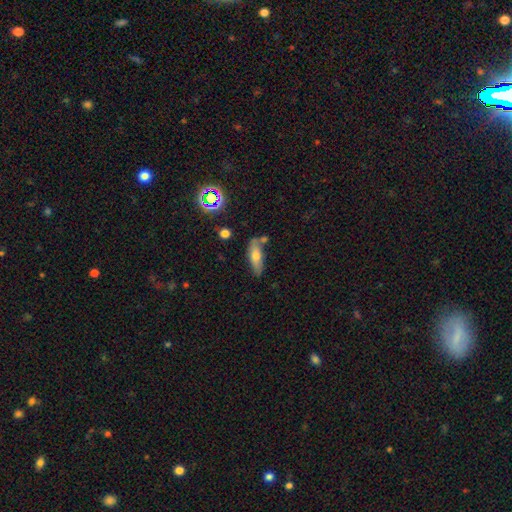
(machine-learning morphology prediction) Smooth or featured?
  - smooth: 63% *
  - featured or disk: 27%
  - star or artifact: 10%
How rounded?
  - in between: 59% *
  - cigar-shaped: 37%
  - round: 3%
Merging?
  - none: 63% *
  - minor disturbance: 19%
  - merger: 12%
  - major disturbance: 5%